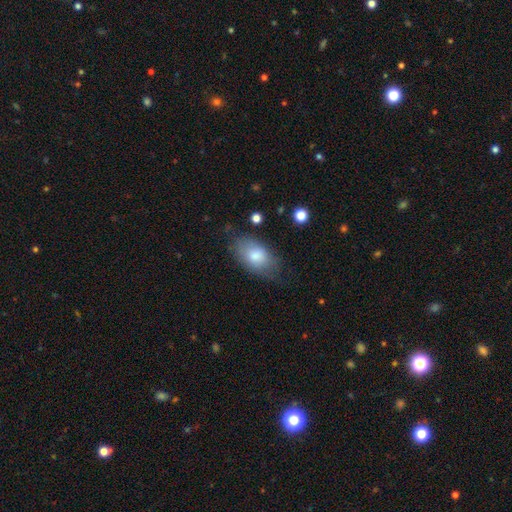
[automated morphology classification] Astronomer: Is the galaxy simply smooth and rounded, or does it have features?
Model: smooth — 79%.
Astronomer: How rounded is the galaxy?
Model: in between — 92%.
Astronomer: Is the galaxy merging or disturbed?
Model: none — 65%.